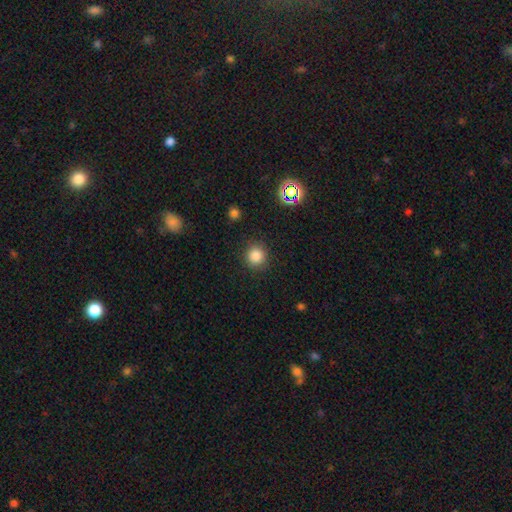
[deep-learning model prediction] Morphology: type=smooth (83%); roundness=round (92%); merging=none (89%).